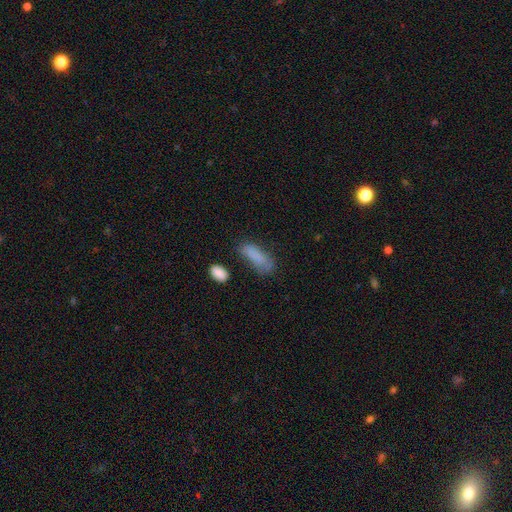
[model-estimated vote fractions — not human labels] Smooth or featured? smooth (79%)
How rounded? in between (69%)
Merging? none (49%)